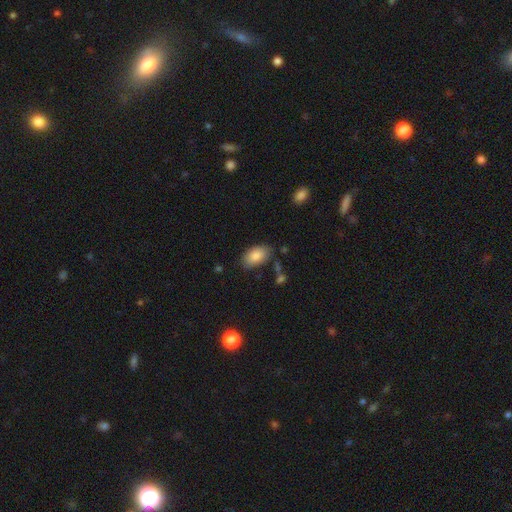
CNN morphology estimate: Overall: smooth (85%). How rounded: in between (93%). Merging: none (78%).